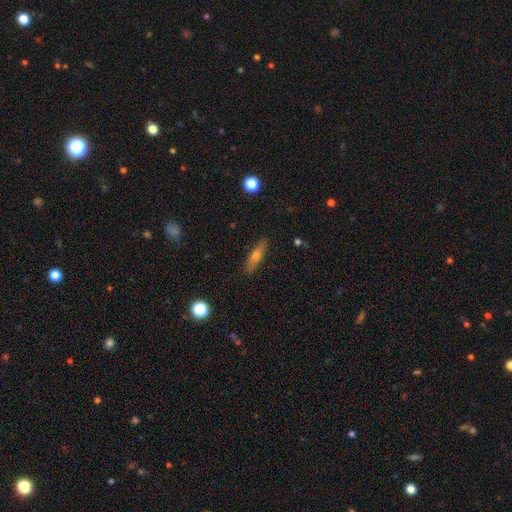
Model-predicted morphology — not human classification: The model was most divided on "smooth or featured": smooth: 55%, featured or disk: 37%, star or artifact: 8%. More confident: merging — none (88%); how rounded — cigar-shaped (77%).